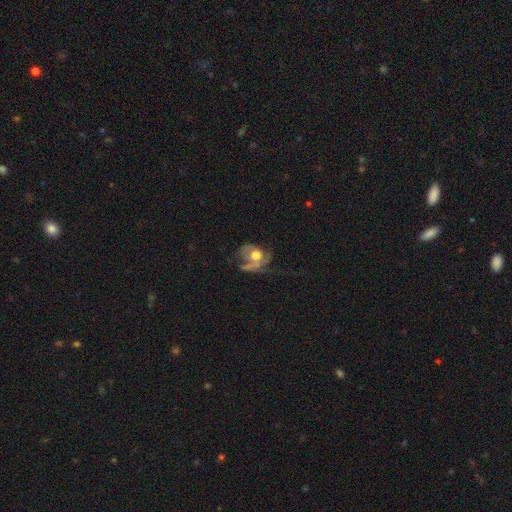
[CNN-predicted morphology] Smooth or featured? featured or disk (57%)
Edge-on disk? no (96%)
Bar? no (83%)
Spiral arms? yes (52%)
Bulge size? moderate (53%)
Merging? major disturbance (46%)